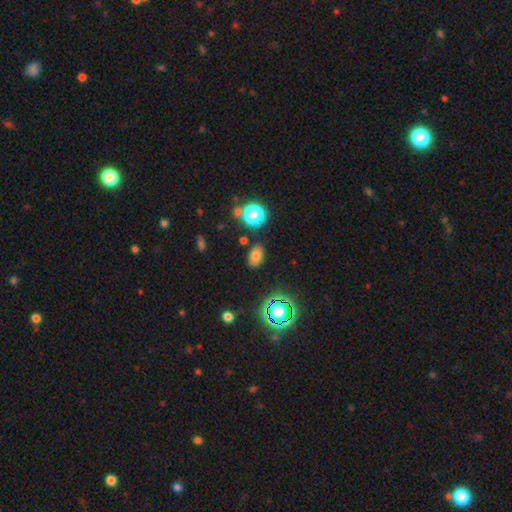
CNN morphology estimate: smooth_or_featured: smooth (p=0.70) [alt: star or artifact p=0.20]
how_rounded: in between (p=0.83) [alt: round p=0.16]
merging: none (p=0.81) [alt: minor disturbance p=0.12]